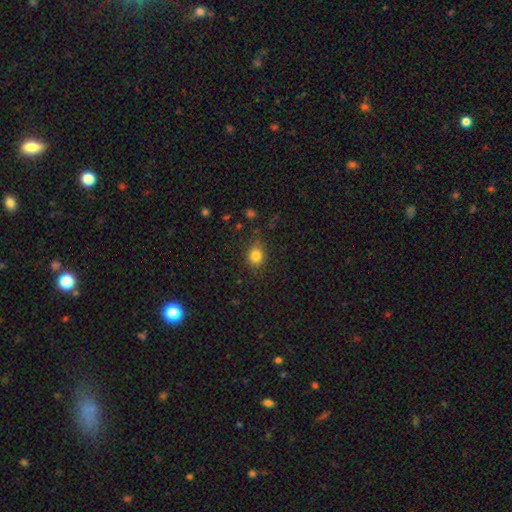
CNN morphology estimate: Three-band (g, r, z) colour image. It shows a smooth galaxy with no disk features (83%) that is round (58%). Merging: none (81%).